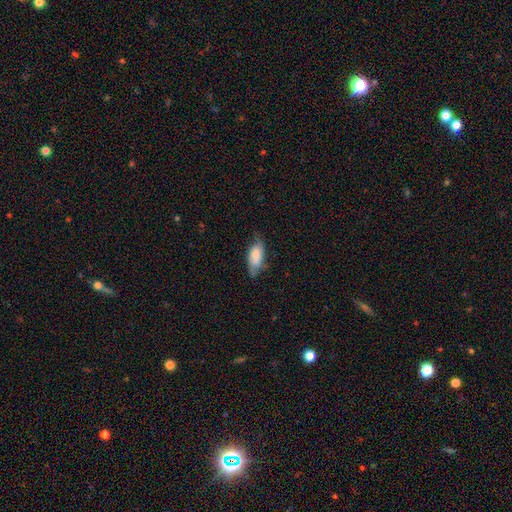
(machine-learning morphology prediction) Smooth or featured? smooth (71%)
How rounded? in between (86%)
Merging? none (59%)